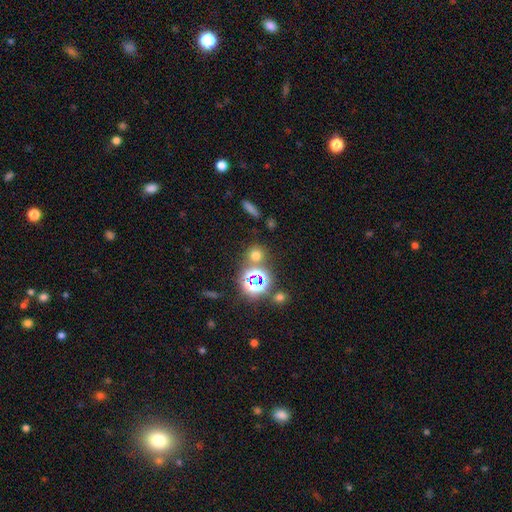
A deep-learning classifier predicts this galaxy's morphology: Smooth or featured? Predicted: smooth (p=0.57). How rounded? Predicted: round (p=0.86). Merging? Predicted: none (p=0.75).